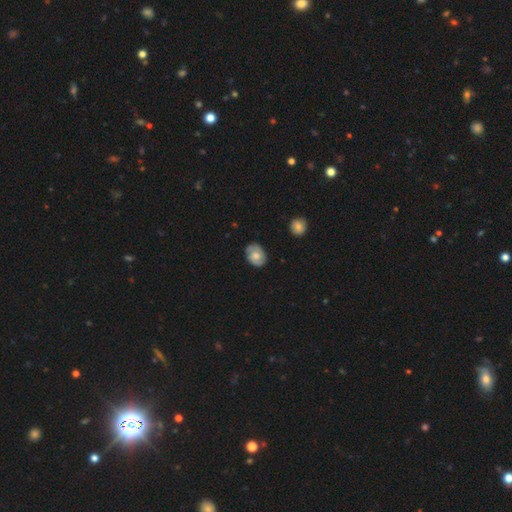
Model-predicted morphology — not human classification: featured or disk 48%, smooth 45%, star or artifact 7%. Down the decision tree: merging — none (77%).